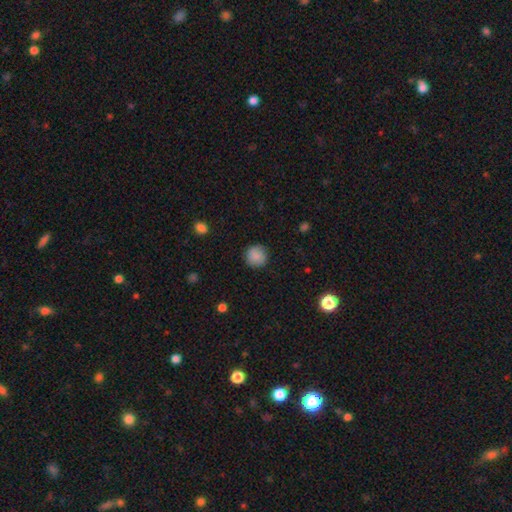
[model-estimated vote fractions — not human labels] A smooth galaxy with no disk features (88%) that is round (93%).

Vote fractions:
- Smooth or featured? smooth: 88% / star or artifact: 8% / featured or disk: 4%
- How rounded? round: 93% / in between: 6% / cigar-shaped: 1%
- Merging? none: 88% / minor disturbance: 9% / major disturbance: 3% / merger: 1%